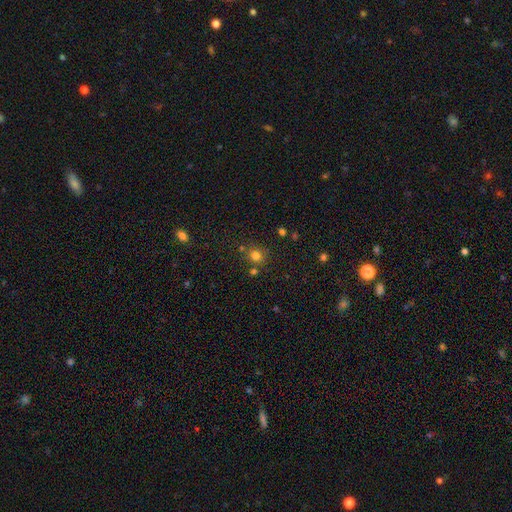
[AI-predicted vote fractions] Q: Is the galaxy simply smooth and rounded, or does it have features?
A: smooth — 76%.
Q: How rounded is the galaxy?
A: round — 83%.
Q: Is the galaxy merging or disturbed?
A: none — 73%.